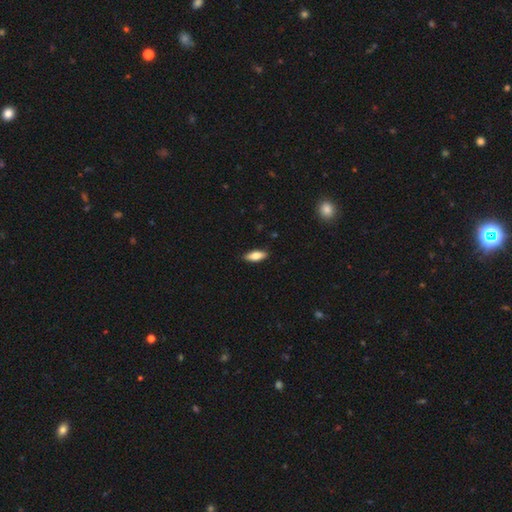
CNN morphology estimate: Smooth or featured? Predicted: smooth (p=0.76). How rounded? Predicted: in between (p=0.73). Merging? Predicted: none (p=0.88).